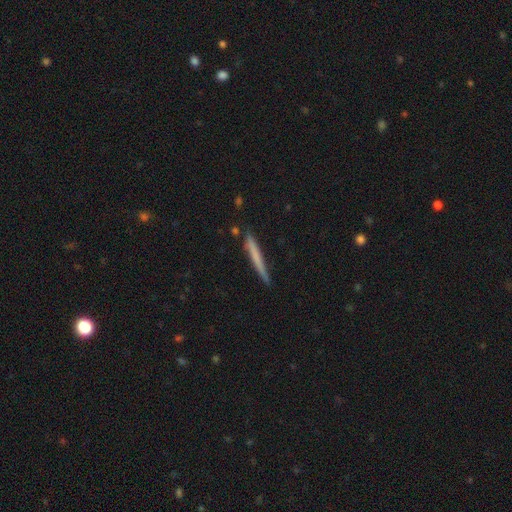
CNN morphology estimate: Smooth or featured: smooth — 62% (featured or disk — 32%)
How rounded: cigar-shaped — 97% (in between — 2%)
Merging: none — 83% (minor disturbance — 13%)